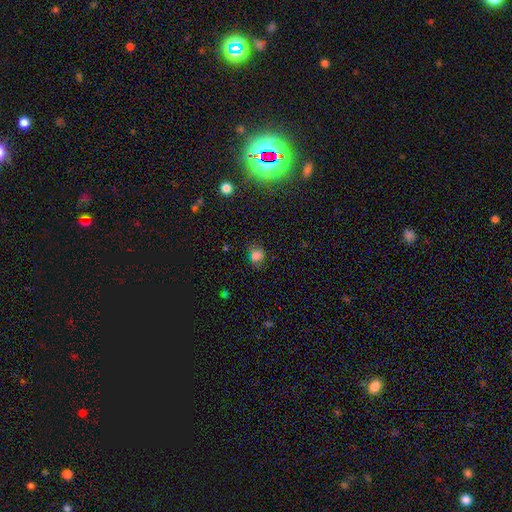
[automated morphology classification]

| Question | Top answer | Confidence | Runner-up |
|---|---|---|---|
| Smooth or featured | smooth | 70% | star or artifact (19%) |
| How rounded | in between | 50% | round (49%) |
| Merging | none | 59% | minor disturbance (25%) |